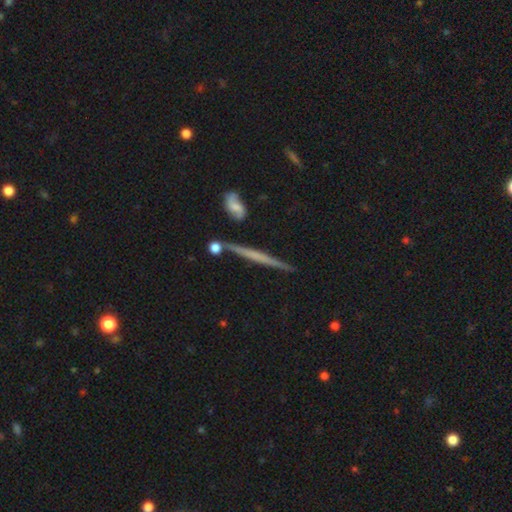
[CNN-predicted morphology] A featured or disk galaxy (63%) viewed edge-on (97%) with no central bulge (71%).

Vote fractions:
- Smooth or featured? featured or disk: 63% / smooth: 29% / star or artifact: 7%
- Edge-on disk? yes: 97% / no: 3%
- Edge-on bulge? none: 71% / rounded: 19% / boxy: 10%
- Merging? none: 85% / minor disturbance: 9% / merger: 4% / major disturbance: 2%